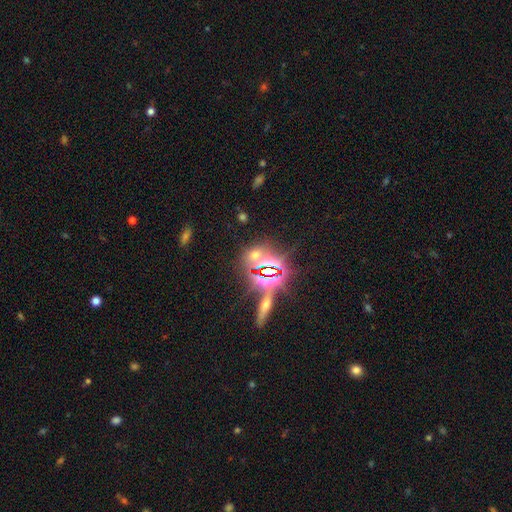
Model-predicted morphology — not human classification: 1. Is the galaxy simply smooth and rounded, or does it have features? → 59% star or artifact, 29% smooth, 11% featured or disk.